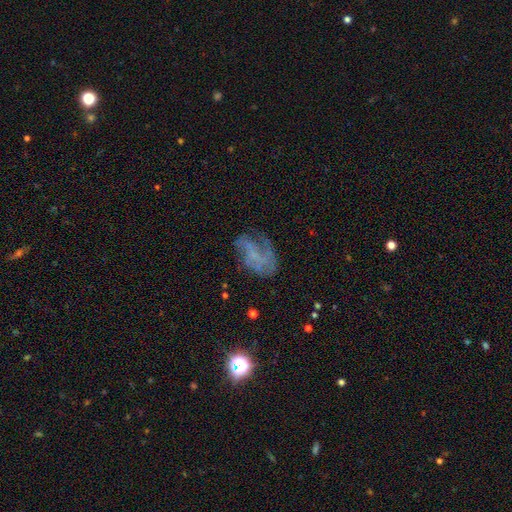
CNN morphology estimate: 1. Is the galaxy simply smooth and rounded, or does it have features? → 61% featured or disk, 22% smooth, 17% star or artifact.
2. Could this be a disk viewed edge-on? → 97% no, 3% yes.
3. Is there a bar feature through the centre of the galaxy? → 65% no, 26% weak, 9% strong.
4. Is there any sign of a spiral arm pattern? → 67% yes, 33% no.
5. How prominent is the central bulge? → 67% none, 22% small, 8% moderate, 2% large, 1% dominant.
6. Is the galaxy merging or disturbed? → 50% none, 26% major disturbance, 21% minor disturbance, 3% merger.